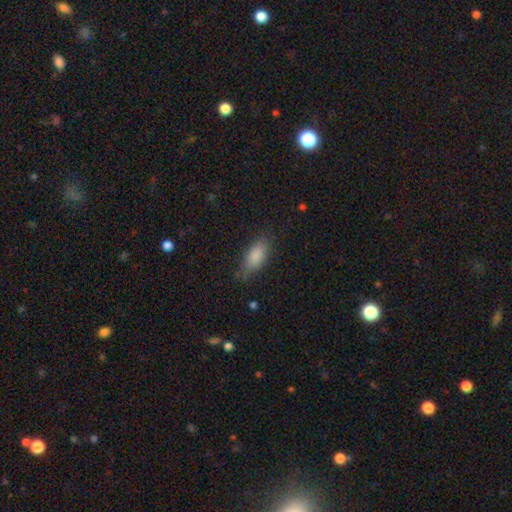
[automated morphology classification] smooth_or_featured: smooth (p=0.84) [alt: featured or disk p=0.09]
how_rounded: in between (p=0.81) [alt: cigar-shaped p=0.16]
merging: none (p=0.73) [alt: minor disturbance p=0.20]